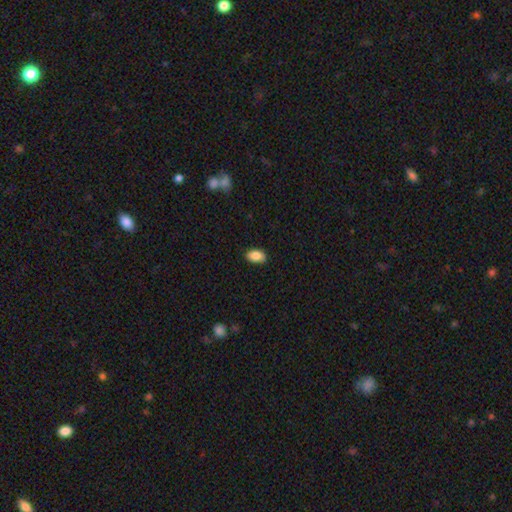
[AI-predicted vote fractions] Smooth or featured?
  - smooth: 87% *
  - star or artifact: 8%
  - featured or disk: 5%
How rounded?
  - in between: 91% *
  - round: 8%
  - cigar-shaped: 2%
Merging?
  - none: 86% *
  - minor disturbance: 11%
  - major disturbance: 2%
  - merger: 1%